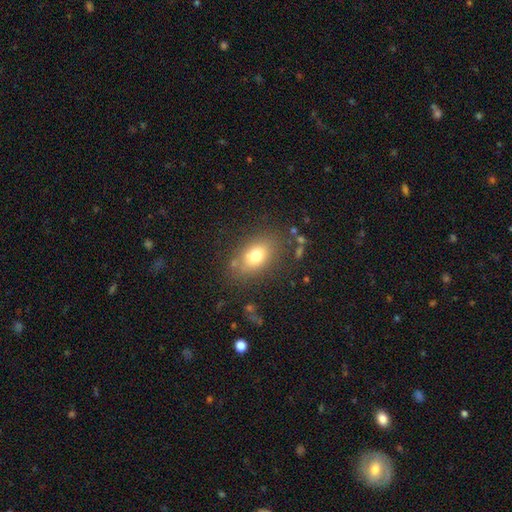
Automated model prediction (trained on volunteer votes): Smooth or featured: smooth — 74% (featured or disk — 15%)
How rounded: in between — 79% (round — 19%)
Merging: none — 76% (minor disturbance — 14%)